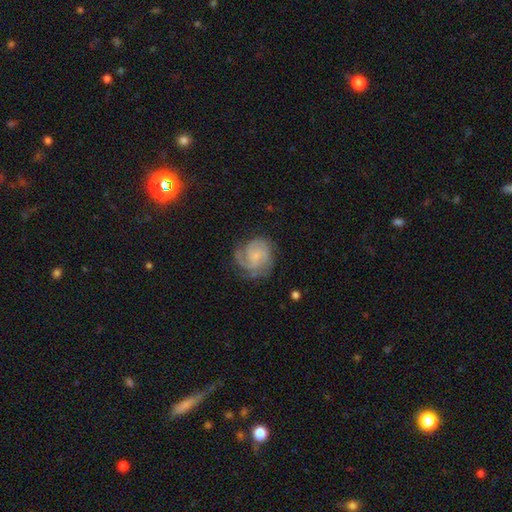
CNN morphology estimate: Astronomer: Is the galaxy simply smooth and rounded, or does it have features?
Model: featured or disk — 83%.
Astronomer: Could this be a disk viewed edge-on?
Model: no — 98%.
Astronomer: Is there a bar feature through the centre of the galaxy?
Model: no — 64%.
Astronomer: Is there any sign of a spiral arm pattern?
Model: yes — 97%.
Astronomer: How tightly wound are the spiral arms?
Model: tight — 55% (runner-up: medium, 37%).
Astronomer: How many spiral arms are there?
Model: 2 — 35% (runner-up: 3, 33%).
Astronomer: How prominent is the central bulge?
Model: small — 63%.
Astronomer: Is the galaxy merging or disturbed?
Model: none — 71%.